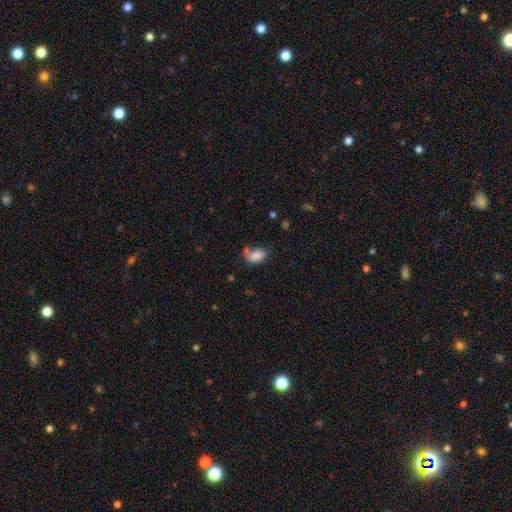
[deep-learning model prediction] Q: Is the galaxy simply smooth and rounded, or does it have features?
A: smooth — 83%.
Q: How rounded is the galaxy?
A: in between — 89%.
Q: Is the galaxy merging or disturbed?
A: none — 47%.